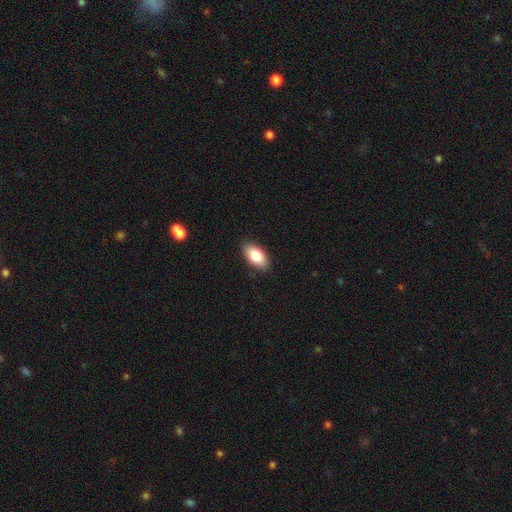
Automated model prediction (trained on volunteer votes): Q: Smooth or featured?
A: smooth (82%); runner-up: featured or disk (11%)
Q: How rounded?
A: in between (93%); runner-up: round (4%)
Q: Merging?
A: none (87%); runner-up: minor disturbance (10%)